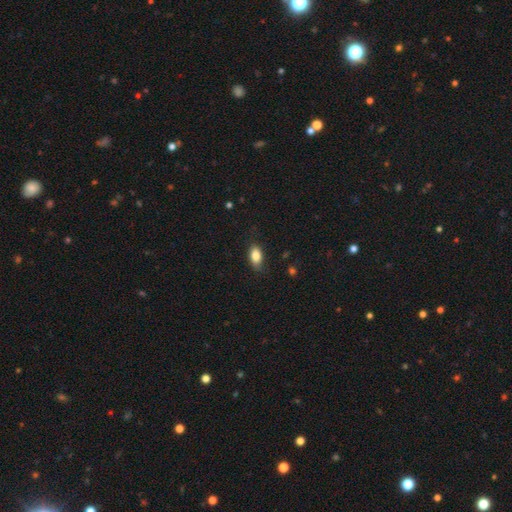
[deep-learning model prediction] Morphology: type=smooth (84%); roundness=in between (88%); merging=none (79%).